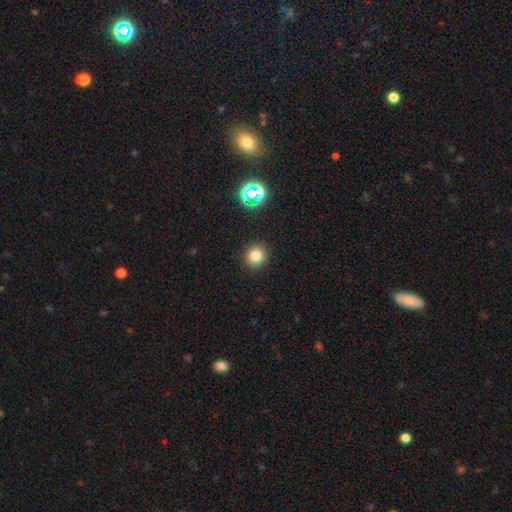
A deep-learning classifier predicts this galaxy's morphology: This is likely a smooth galaxy (79%). How rounded: clearly round (92%). Merging: clearly none (91%).